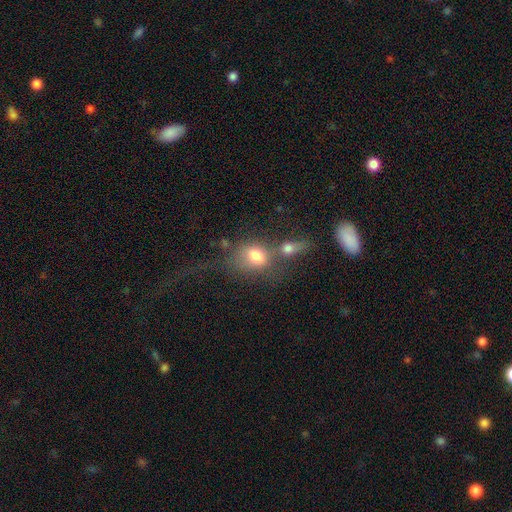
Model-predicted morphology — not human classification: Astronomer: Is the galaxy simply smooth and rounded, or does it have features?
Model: smooth — 74%.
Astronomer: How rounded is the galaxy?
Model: in between — 55% (runner-up: round, 43%).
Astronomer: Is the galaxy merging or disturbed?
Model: merger — 47% (runner-up: none, 30%).